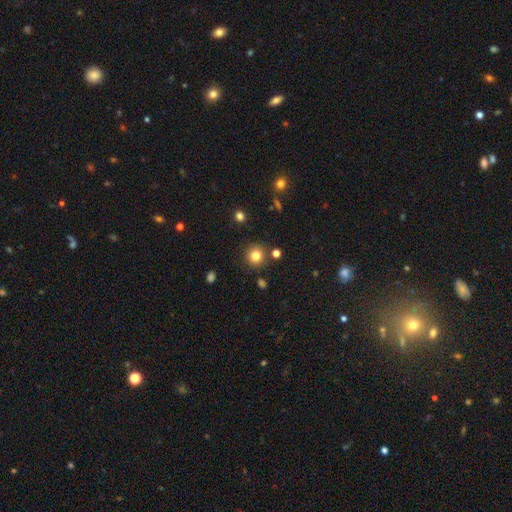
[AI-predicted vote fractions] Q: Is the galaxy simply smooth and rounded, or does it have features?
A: smooth — 80%.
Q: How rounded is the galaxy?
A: round — 93%.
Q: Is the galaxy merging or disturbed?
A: none — 87%.